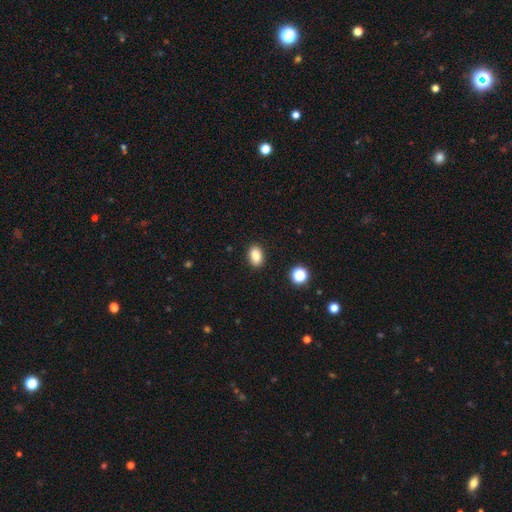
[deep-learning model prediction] Morphology: type=smooth (84%); roundness=in between (82%); merging=none (89%).